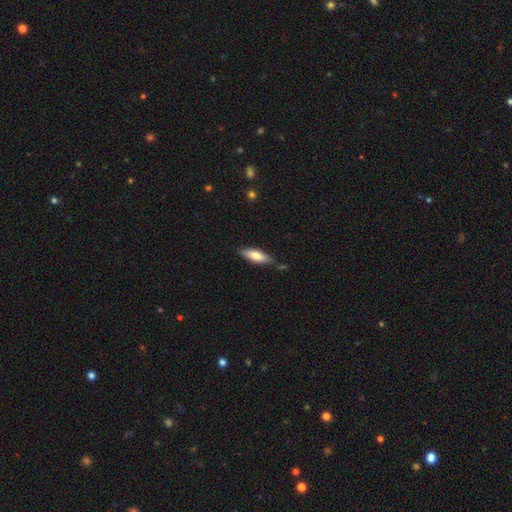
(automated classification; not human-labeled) This appears to be a smooth galaxy with no disk features (71%) that is in between round and cigar-shaped (53%). Merging: none (74%).